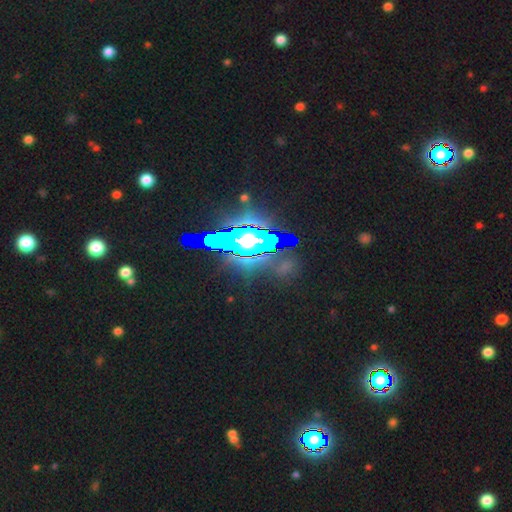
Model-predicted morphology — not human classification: smooth_or_featured: star or artifact (p=0.59) [alt: featured or disk p=0.27]